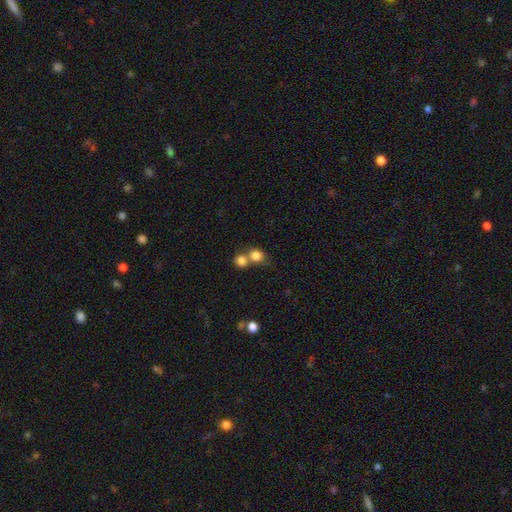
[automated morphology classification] This appears to be a smooth galaxy with no disk features (81%) that is round (78%). Merging: merger (53%).